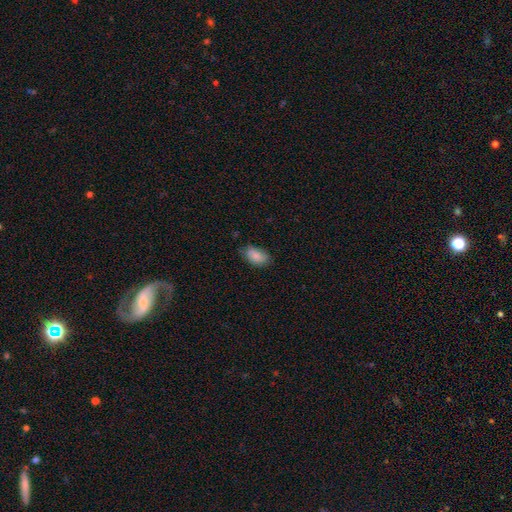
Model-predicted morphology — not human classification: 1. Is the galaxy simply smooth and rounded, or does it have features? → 87% smooth, 7% star or artifact, 6% featured or disk.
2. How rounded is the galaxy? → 93% in between, 5% round, 2% cigar-shaped.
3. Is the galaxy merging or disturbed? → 74% none, 22% minor disturbance, 4% major disturbance, 1% merger.